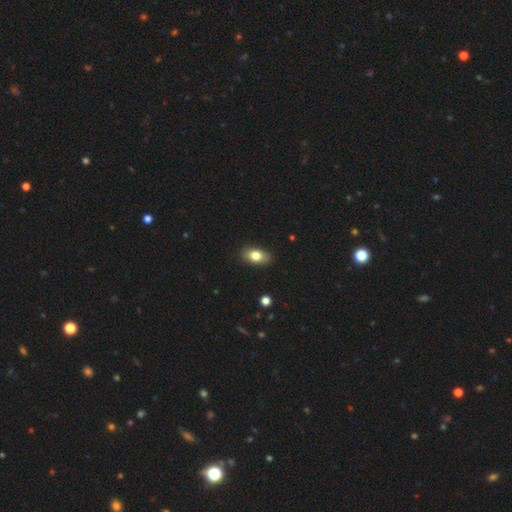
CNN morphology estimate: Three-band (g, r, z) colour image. It shows a smooth galaxy with no disk features (80%) that is in between round and cigar-shaped (87%). Merging: none (86%).